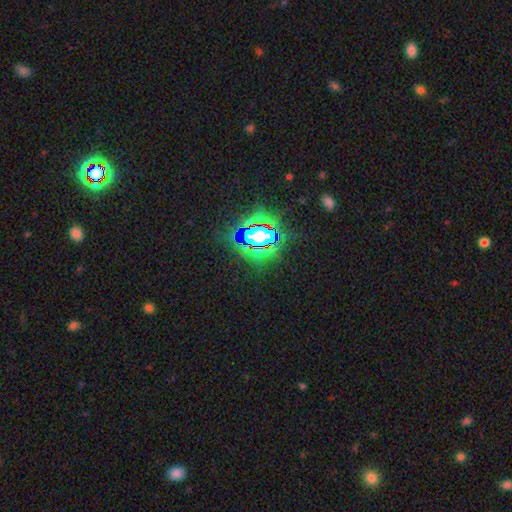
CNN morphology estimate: Smooth or featured? Predicted: star or artifact (p=0.85).